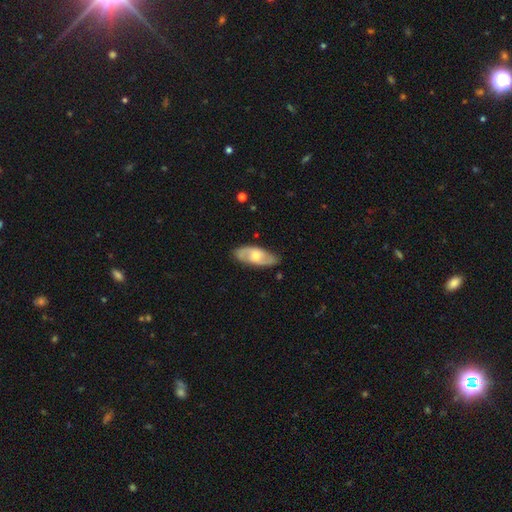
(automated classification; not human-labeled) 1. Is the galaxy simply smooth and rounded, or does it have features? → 65% featured or disk, 30% smooth, 5% star or artifact.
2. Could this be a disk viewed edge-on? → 89% no, 11% yes.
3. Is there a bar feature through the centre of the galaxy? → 58% no, 35% weak, 6% strong.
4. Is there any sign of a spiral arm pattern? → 85% yes, 15% no.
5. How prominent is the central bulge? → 58% moderate, 35% small, 4% large, 2% none, 1% dominant.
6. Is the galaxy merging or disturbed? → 81% none, 14% minor disturbance, 3% major disturbance, 1% merger.